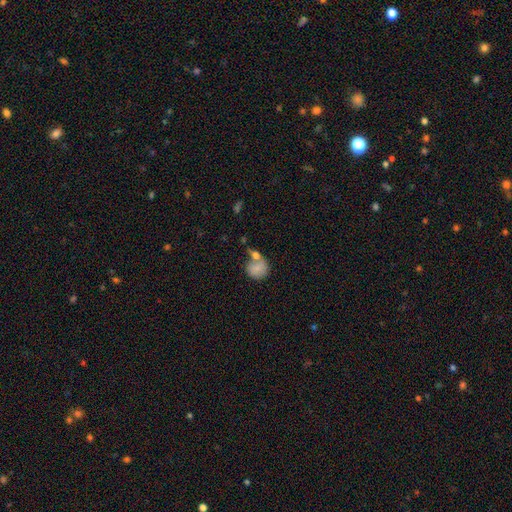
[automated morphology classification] Overall: smooth (63%). How rounded: round (73%). Merging: none (49%; merger 25%).